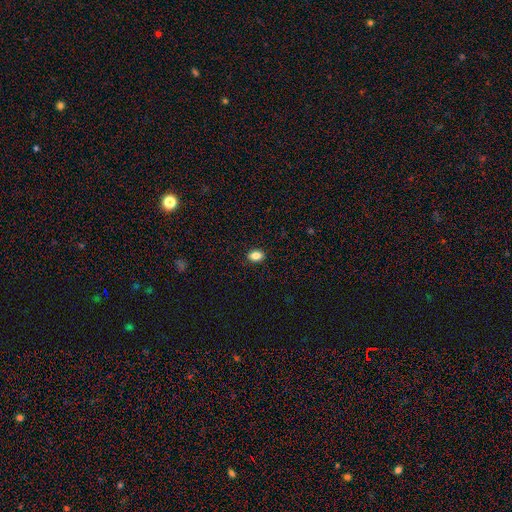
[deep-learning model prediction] Smooth or featured? smooth (86%)
How rounded? in between (76%)
Merging? none (90%)